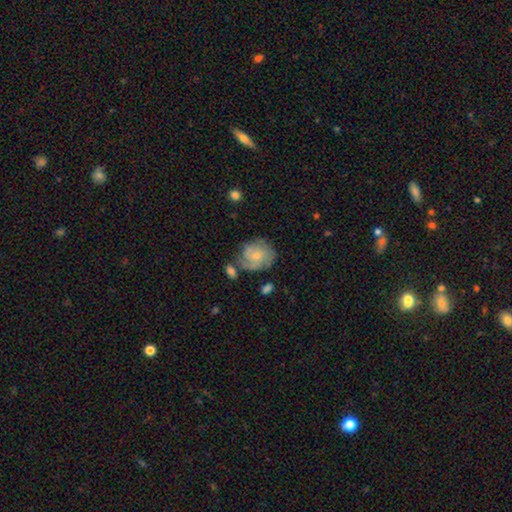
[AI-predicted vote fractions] smooth-or-featured: featured or disk: 55% | smooth: 38% | star or artifact: 7%
  disk-edge-on: no: 98% | yes: 2%
    bar: no: 70% | weak: 27% | strong: 3%
    has-spiral-arms: yes: 82% | no: 18%
    bulge-size: small: 58% | moderate: 27% | none: 11% | large: 3% | dominant: 1%
  merging: none: 56% | minor disturbance: 23% | major disturbance: 12% | merger: 8%